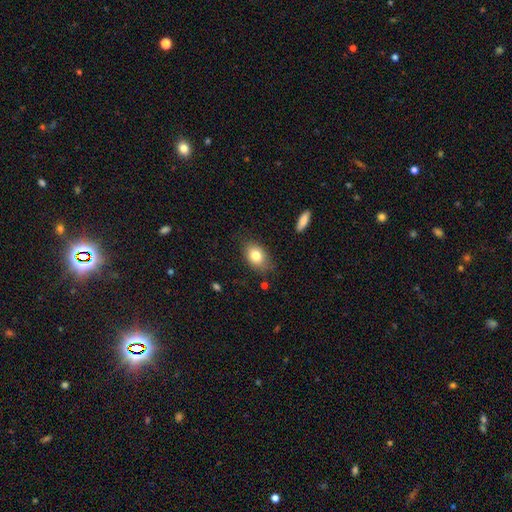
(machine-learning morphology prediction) A smooth galaxy with no disk features (79%) that is in between round and cigar-shaped (80%). Merging: none (75%).